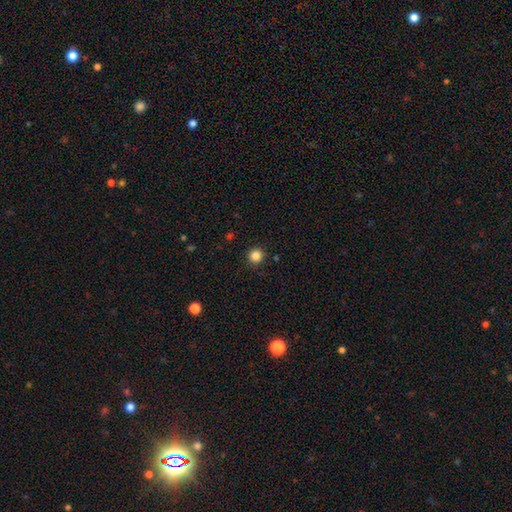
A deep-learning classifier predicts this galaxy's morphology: Smooth or featured? smooth (85%)
How rounded? round (93%)
Merging? none (92%)